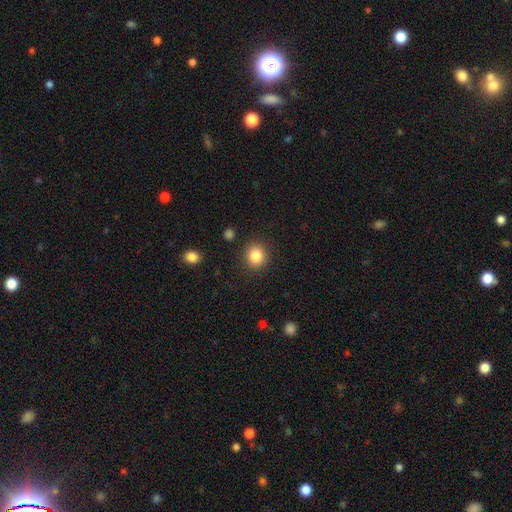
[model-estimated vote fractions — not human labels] smooth-or-featured: smooth: 85% | star or artifact: 10% | featured or disk: 5%
  how-rounded: round: 80% | in between: 19% | cigar-shaped: 1%
  merging: none: 89% | minor disturbance: 7% | major disturbance: 3% | merger: 2%